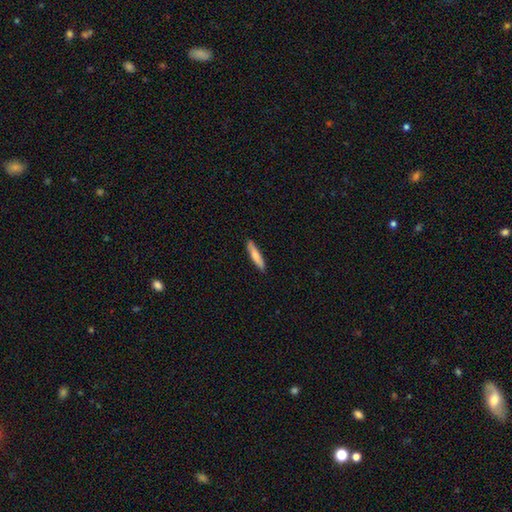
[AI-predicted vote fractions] A smooth galaxy with no disk features (77%) that is cigar-shaped (88%).

Vote fractions:
- Smooth or featured? smooth: 77% / featured or disk: 18% / star or artifact: 5%
- How rounded? cigar-shaped: 88% / in between: 11% / round: 1%
- Merging? none: 90% / minor disturbance: 8% / major disturbance: 1% / merger: 1%